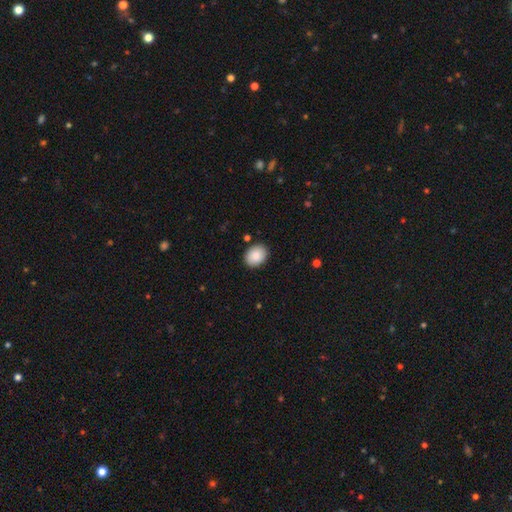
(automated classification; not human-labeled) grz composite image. It shows a smooth galaxy with no disk features (88%) that is in between round and cigar-shaped (59%). Merging: none (88%).